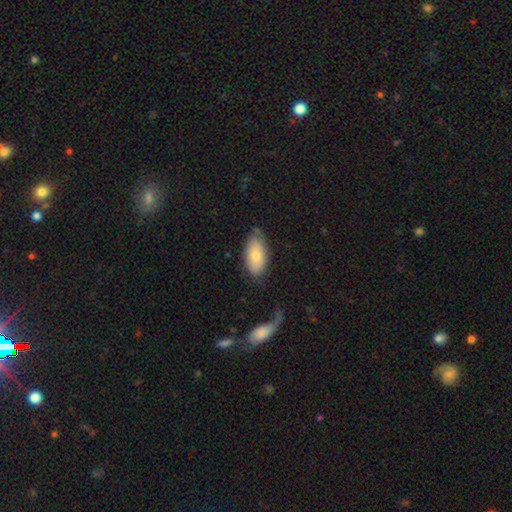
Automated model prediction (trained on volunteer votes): Smooth or featured?
  - smooth: 74% *
  - featured or disk: 19%
  - star or artifact: 6%
How rounded?
  - in between: 93% *
  - cigar-shaped: 3%
  - round: 3%
Merging?
  - none: 69% *
  - minor disturbance: 22%
  - major disturbance: 6%
  - merger: 3%